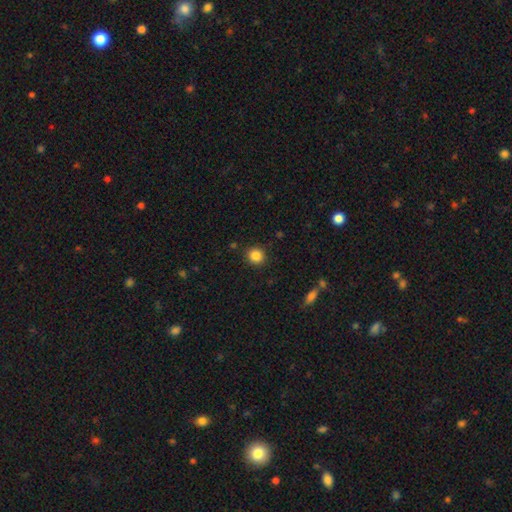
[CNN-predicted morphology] type=smooth (85%); roundness=round (88%); merging=none (90%).